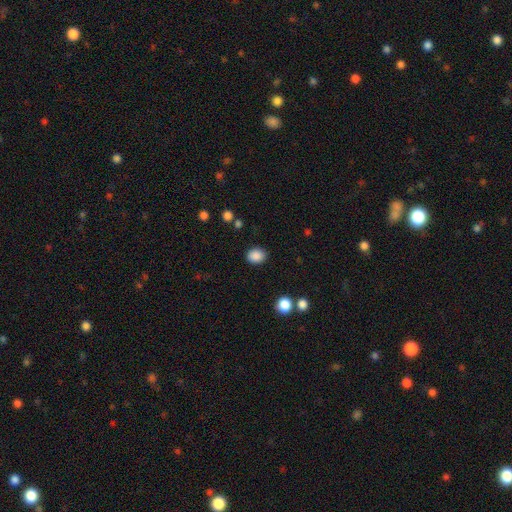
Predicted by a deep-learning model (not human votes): The model was most divided on "how rounded": in between: 50%, round: 49%, cigar-shaped: 1%. More confident: smooth or featured — smooth (87%); merging — none (87%).